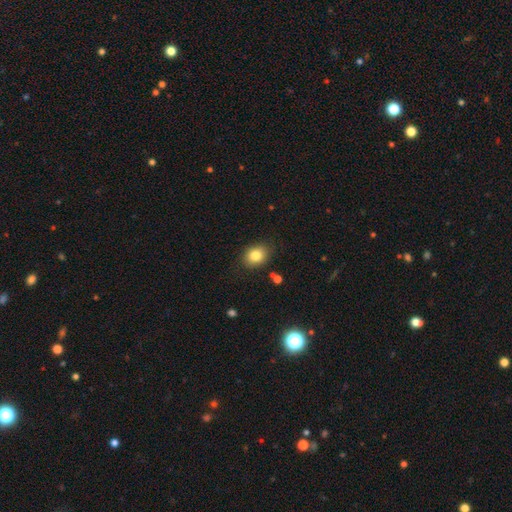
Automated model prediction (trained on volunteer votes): Q: Smooth or featured?
A: smooth (83%); runner-up: star or artifact (10%)
Q: How rounded?
A: in between (58%); runner-up: round (41%)
Q: Merging?
A: none (83%); runner-up: minor disturbance (12%)